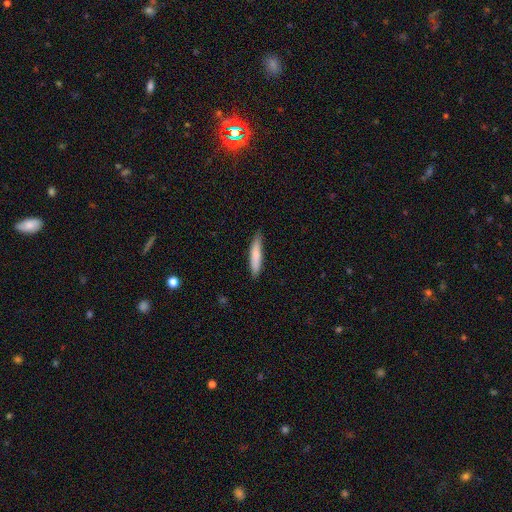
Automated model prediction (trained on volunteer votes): Smooth or featured? smooth (77%)
How rounded? cigar-shaped (87%)
Merging? none (85%)